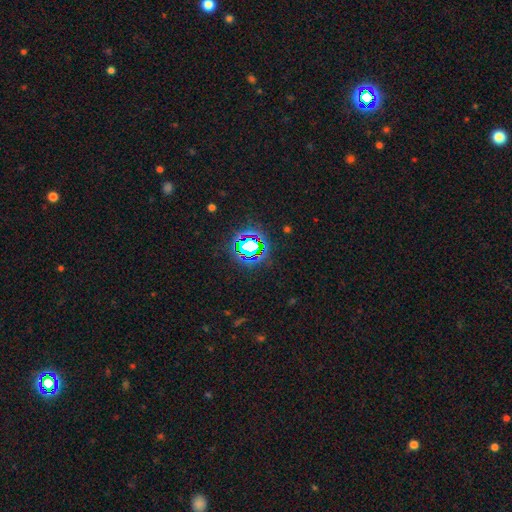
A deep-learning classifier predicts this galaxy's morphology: Q: Smooth or featured?
A: star or artifact (78%); runner-up: smooth (14%)